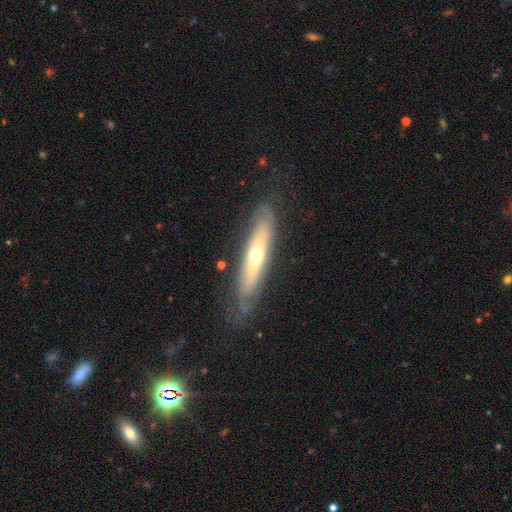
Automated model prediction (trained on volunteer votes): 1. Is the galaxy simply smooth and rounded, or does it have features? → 59% featured or disk, 34% smooth, 7% star or artifact.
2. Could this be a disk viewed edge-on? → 62% yes, 38% no.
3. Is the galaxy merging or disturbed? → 73% none, 18% minor disturbance, 7% major disturbance, 1% merger.